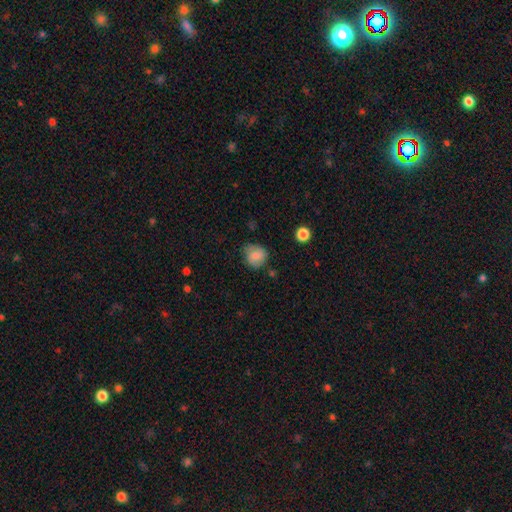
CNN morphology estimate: Overall: smooth (78%). How rounded: round (77%). Merging: none (65%; minor disturbance 26%).